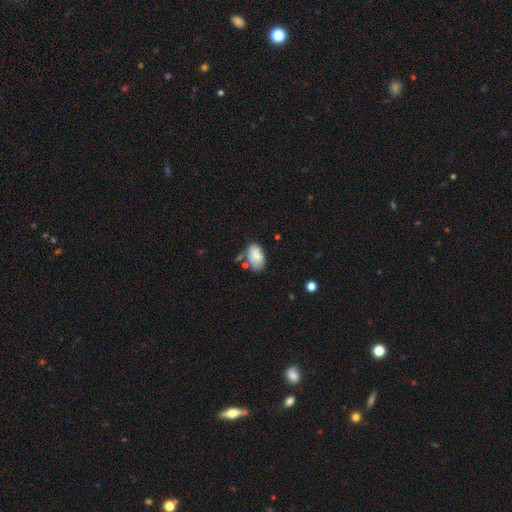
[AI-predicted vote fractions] The model was most divided on "merging": none: 60%, minor disturbance: 23%, merger: 11%, major disturbance: 5%. More confident: how rounded — in between (94%); smooth or featured — smooth (76%).